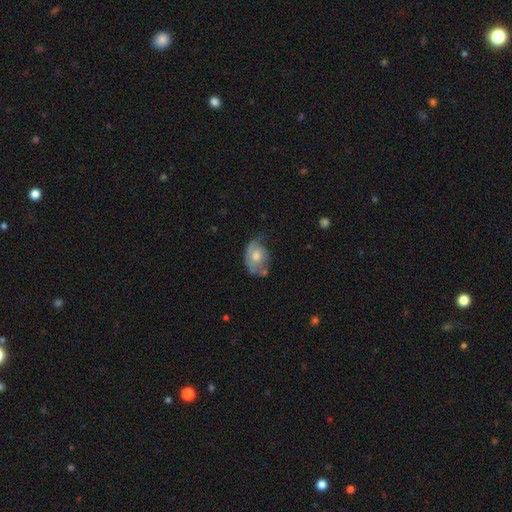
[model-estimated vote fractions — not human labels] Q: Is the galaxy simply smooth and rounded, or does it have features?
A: smooth — 49%.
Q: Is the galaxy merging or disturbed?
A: none — 37%.